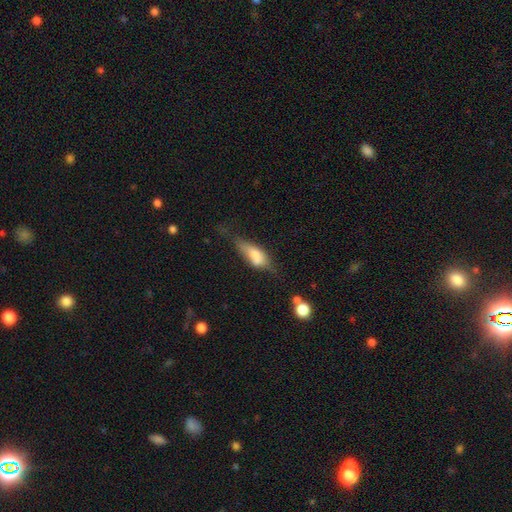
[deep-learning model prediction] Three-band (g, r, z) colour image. It shows a smooth galaxy with no disk features (63%) that is in between round and cigar-shaped (69%). Merging: minor disturbance (33%).